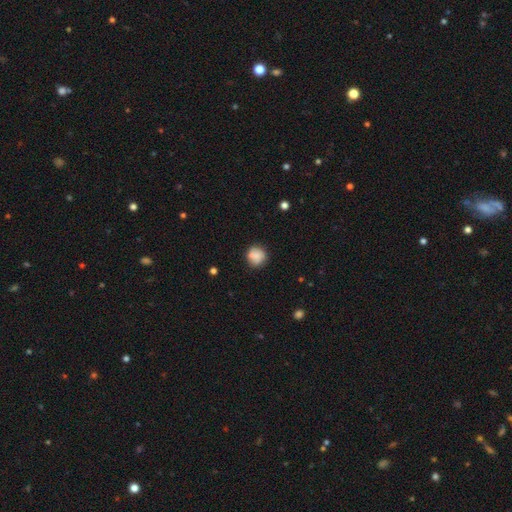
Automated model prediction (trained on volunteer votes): Smooth or featured? smooth (74%)
How rounded? round (85%)
Merging? none (63%)